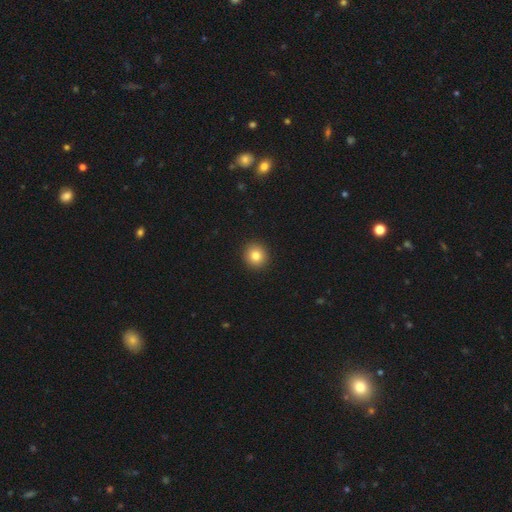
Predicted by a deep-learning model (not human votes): Q: Smooth or featured?
A: smooth (82%); runner-up: star or artifact (11%)
Q: How rounded?
A: round (92%); runner-up: in between (7%)
Q: Merging?
A: none (93%); runner-up: minor disturbance (4%)